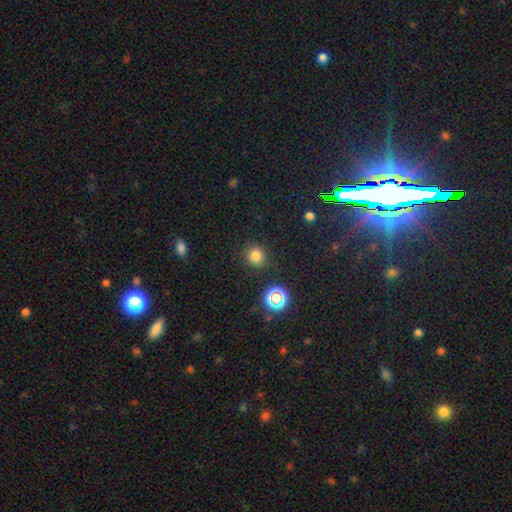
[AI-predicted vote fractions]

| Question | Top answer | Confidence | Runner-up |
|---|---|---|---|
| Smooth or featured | smooth | 77% | star or artifact (18%) |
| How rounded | round | 90% | in between (9%) |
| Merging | none | 88% | minor disturbance (7%) |